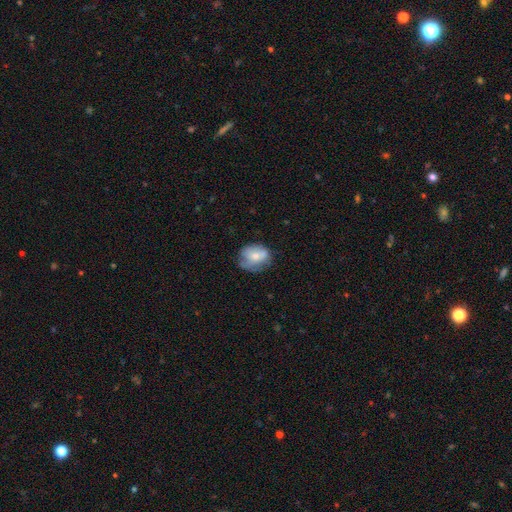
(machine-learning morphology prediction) Smooth or featured: smooth — 61% (featured or disk — 31%)
How rounded: in between — 50% (round — 49%)
Merging: none — 49% (minor disturbance — 31%)